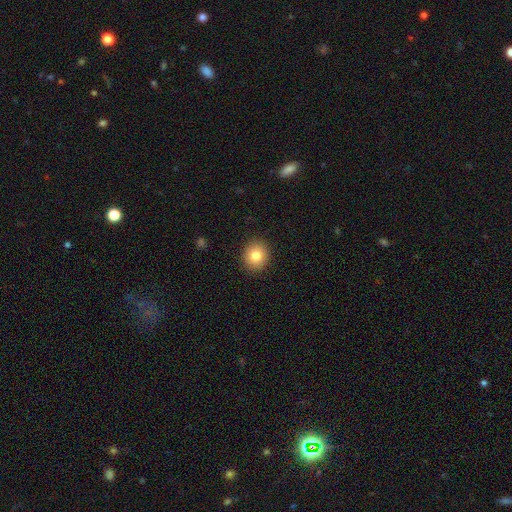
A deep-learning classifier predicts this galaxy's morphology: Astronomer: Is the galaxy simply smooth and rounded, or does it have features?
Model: smooth — 83%.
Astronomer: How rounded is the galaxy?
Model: round — 86%.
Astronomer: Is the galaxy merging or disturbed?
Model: none — 91%.